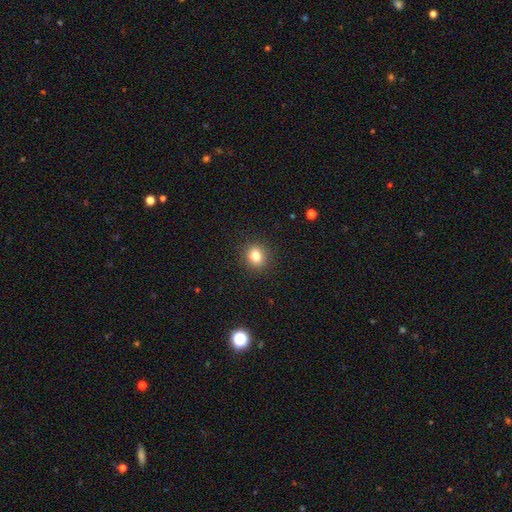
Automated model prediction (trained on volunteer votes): Smooth or featured?
  - smooth: 80% *
  - star or artifact: 12%
  - featured or disk: 8%
How rounded?
  - round: 70% *
  - in between: 28%
  - cigar-shaped: 1%
Merging?
  - none: 89% *
  - minor disturbance: 7%
  - major disturbance: 2%
  - merger: 1%